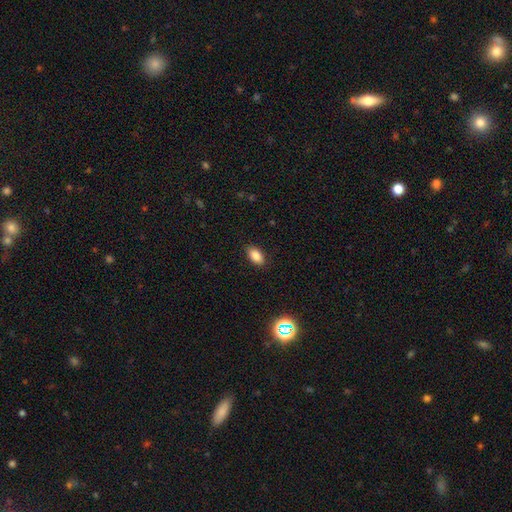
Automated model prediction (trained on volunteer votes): smooth-or-featured: smooth: 84% | star or artifact: 10% | featured or disk: 5%
  how-rounded: in between: 91% | round: 5% | cigar-shaped: 4%
  merging: none: 88% | minor disturbance: 9% | major disturbance: 2% | merger: 1%